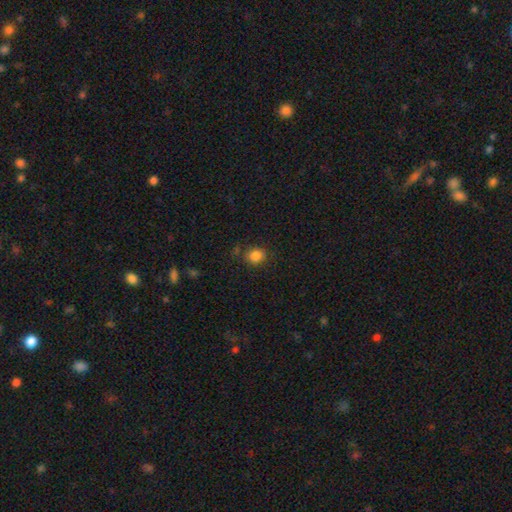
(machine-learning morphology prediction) This is clearly a smooth galaxy (84%). How rounded: likely round (73%). Merging: likely none (80%).